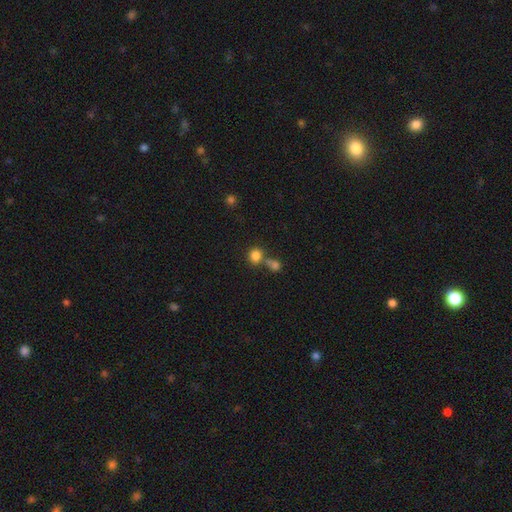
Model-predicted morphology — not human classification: type=smooth (82%); roundness=round (77%); merging=none (55%).